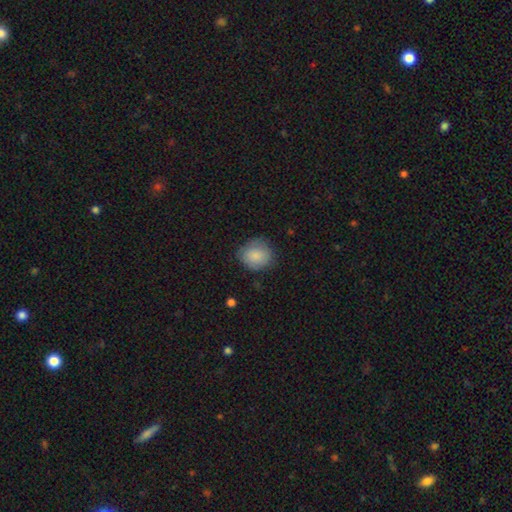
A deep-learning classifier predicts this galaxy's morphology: The model was most divided on "merging": none: 73%, minor disturbance: 21%, major disturbance: 5%, merger: 1%. More confident: smooth or featured — smooth (85%); how rounded — round (77%).